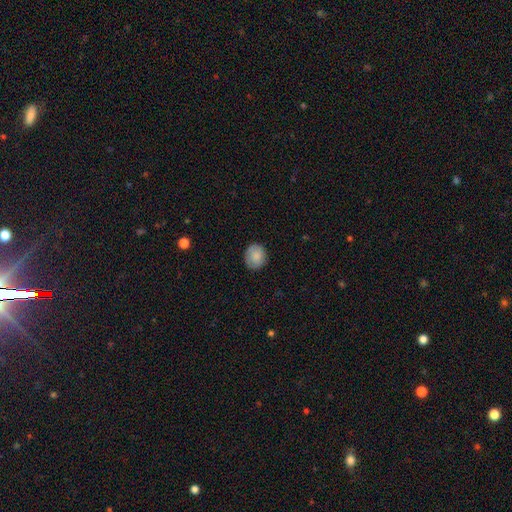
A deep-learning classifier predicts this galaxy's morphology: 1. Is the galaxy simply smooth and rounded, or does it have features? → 85% smooth, 8% featured or disk, 7% star or artifact.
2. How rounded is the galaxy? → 71% round, 28% in between, 1% cigar-shaped.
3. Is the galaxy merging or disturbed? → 85% none, 11% minor disturbance, 2% major disturbance, 1% merger.